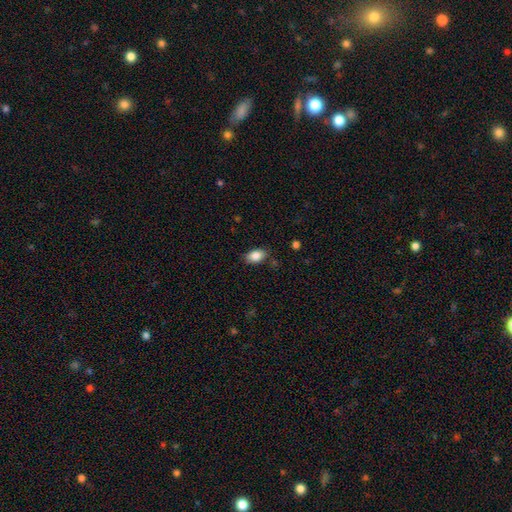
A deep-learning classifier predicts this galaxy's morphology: Smooth or featured? Predicted: smooth (p=0.86). How rounded? Predicted: in between (p=0.89). Merging? Predicted: none (p=0.82).